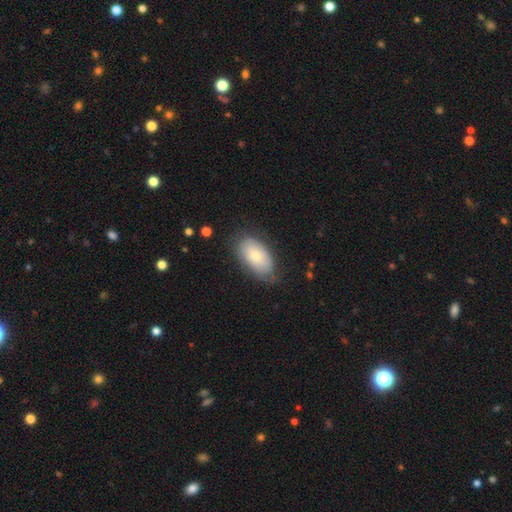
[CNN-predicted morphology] smooth_or_featured: smooth (p=0.65) [alt: featured or disk p=0.28]
how_rounded: in between (p=0.93) [alt: round p=0.05]
merging: none (p=0.68) [alt: minor disturbance p=0.24]